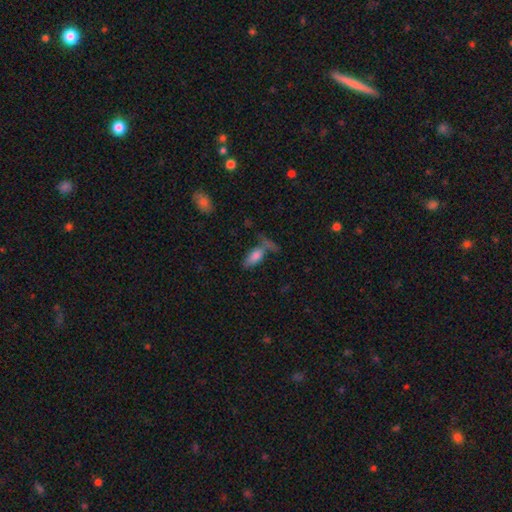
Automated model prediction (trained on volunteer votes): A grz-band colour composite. It shows a smooth galaxy with no disk features (73%) that is in between round and cigar-shaped (73%). Merging: none (45%).